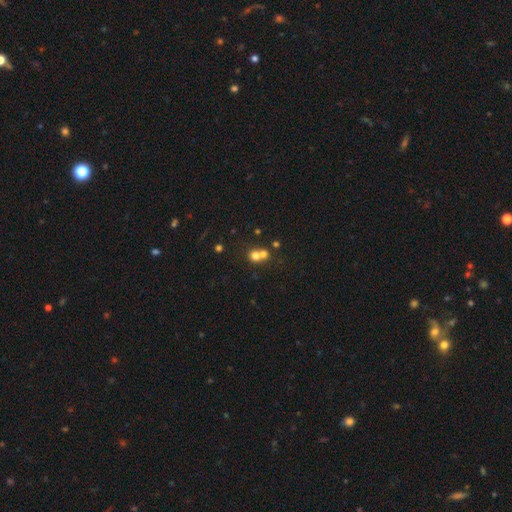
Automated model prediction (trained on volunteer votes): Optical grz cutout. It shows a smooth galaxy with no disk features (70%) that is round (83%). Merging: merger (57%).